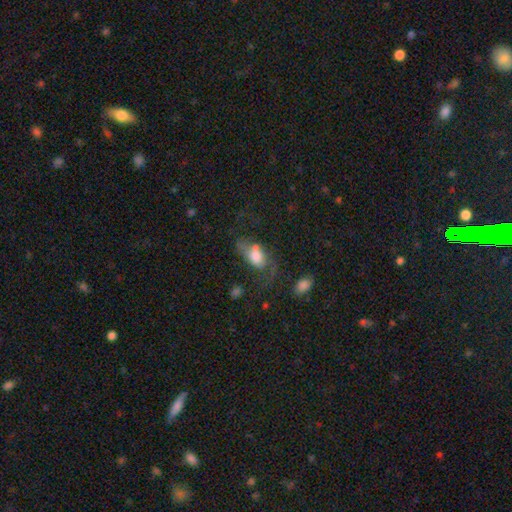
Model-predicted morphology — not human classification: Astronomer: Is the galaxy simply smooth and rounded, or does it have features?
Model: smooth — 48% (runner-up: featured or disk, 42%).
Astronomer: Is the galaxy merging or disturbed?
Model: major disturbance — 37% (runner-up: none, 34%).